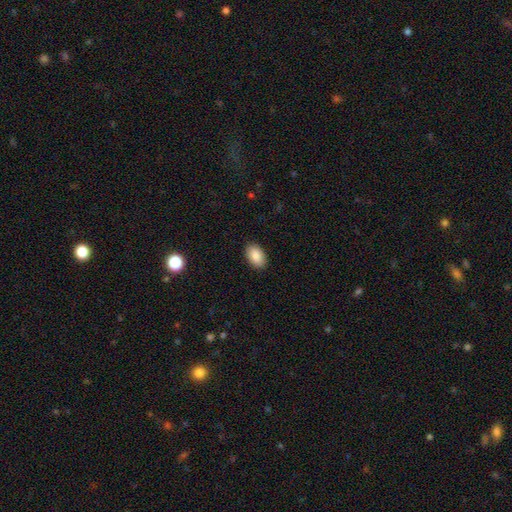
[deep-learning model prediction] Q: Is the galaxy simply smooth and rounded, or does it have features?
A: smooth — 88%.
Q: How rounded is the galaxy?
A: in between — 93%.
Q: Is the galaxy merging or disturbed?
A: none — 89%.